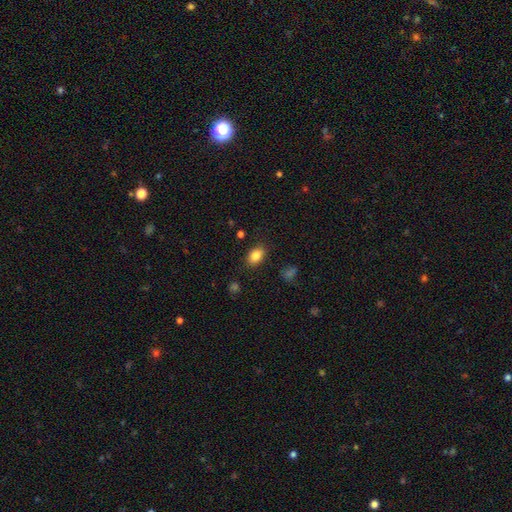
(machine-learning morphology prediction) Smooth or featured? smooth (84%)
How rounded? in between (84%)
Merging? none (85%)